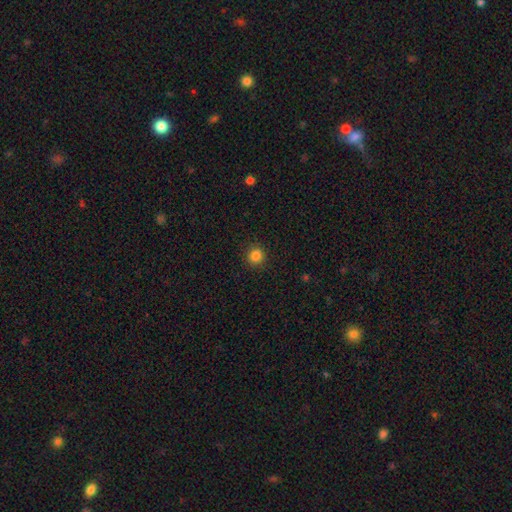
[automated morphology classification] Smooth or featured? smooth (85%)
How rounded? round (90%)
Merging? none (91%)